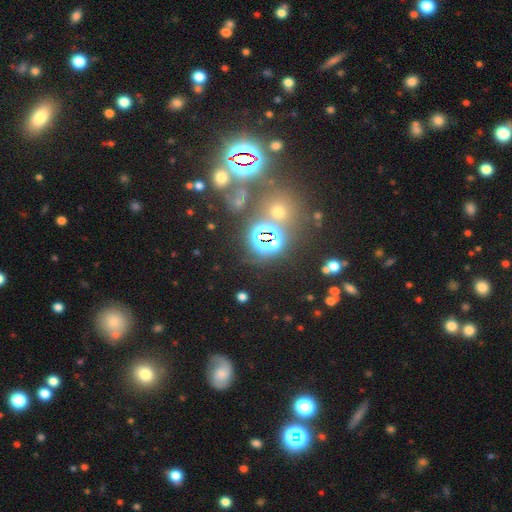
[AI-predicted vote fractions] This is likely a star or artifact rather than a galaxy (73%).